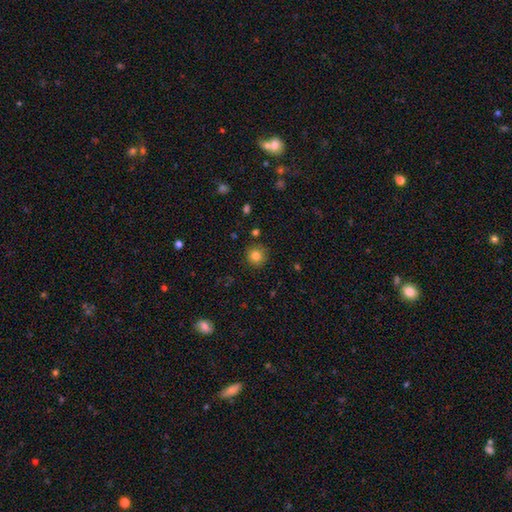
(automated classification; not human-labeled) This appears to be a smooth galaxy with no disk features (82%) that is round (92%). Merging: none (87%).